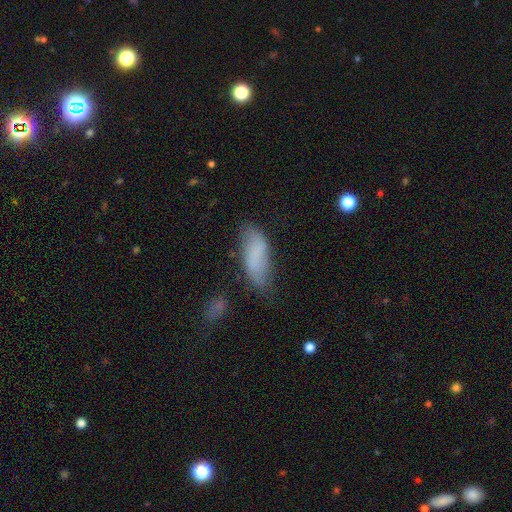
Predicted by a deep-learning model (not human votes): Smooth or featured: smooth — 73% (featured or disk — 18%)
How rounded: in between — 73% (cigar-shaped — 24%)
Merging: none — 54% (minor disturbance — 30%)